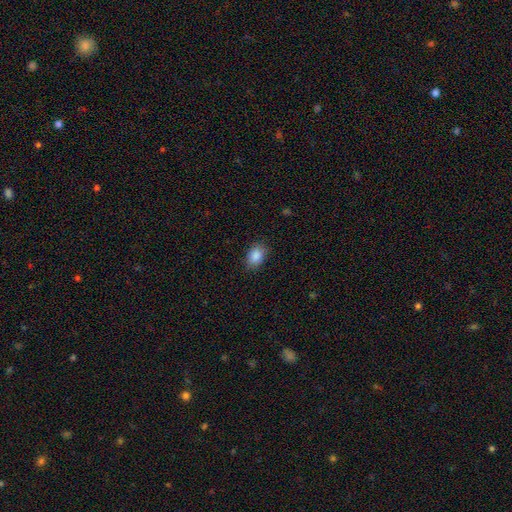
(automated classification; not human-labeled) Smooth or featured? Predicted: smooth (p=0.88). How rounded? Predicted: in between (p=0.80). Merging? Predicted: none (p=0.84).